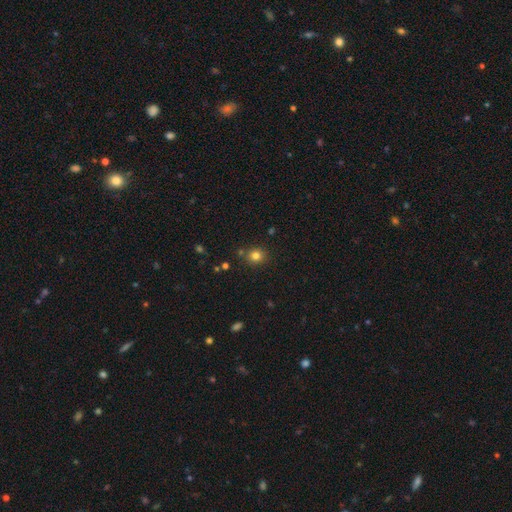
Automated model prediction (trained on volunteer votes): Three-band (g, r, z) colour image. It shows a smooth galaxy with no disk features (79%) that is round (83%). Merging: none (83%).